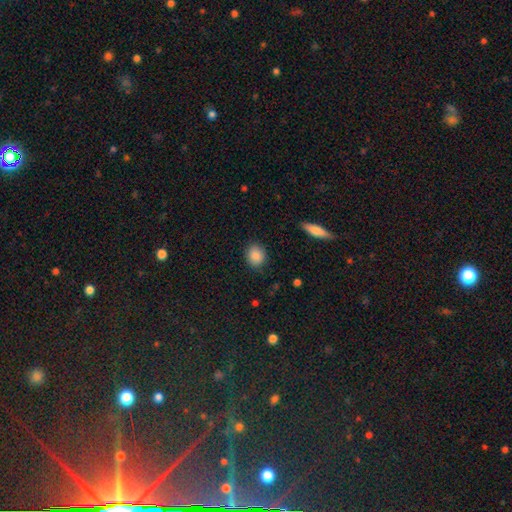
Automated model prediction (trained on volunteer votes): Smooth or featured? smooth (87%)
How rounded? round (67%)
Merging? none (87%)